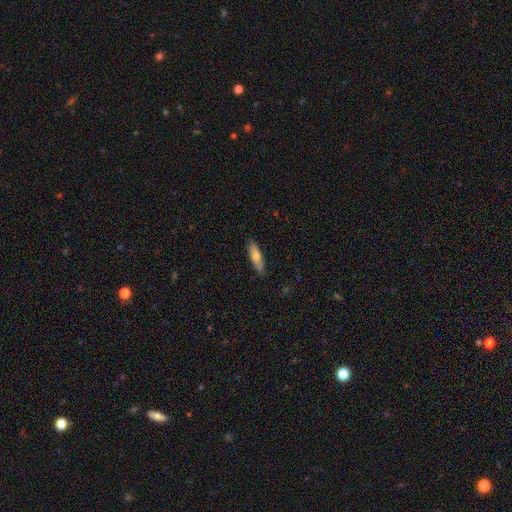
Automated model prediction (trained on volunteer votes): This is likely a smooth galaxy (68%). How rounded: likely cigar-shaped (65%). Merging: clearly none (87%).